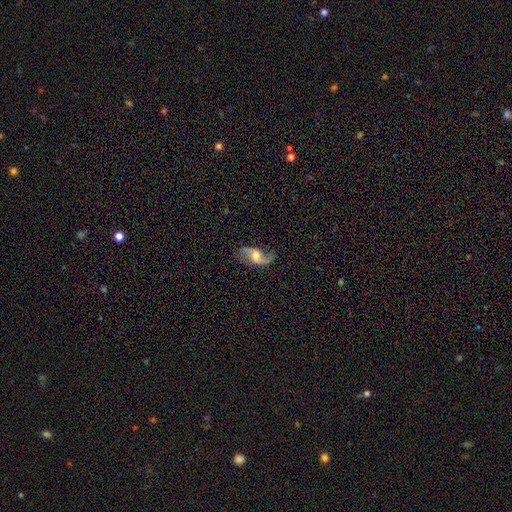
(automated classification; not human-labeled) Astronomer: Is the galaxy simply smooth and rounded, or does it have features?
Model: featured or disk — 84%.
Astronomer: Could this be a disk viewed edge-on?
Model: no — 96%.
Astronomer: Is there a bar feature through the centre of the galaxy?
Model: no — 48% (runner-up: weak, 41%).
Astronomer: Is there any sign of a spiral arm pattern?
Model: yes — 96%.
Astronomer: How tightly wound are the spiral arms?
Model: loose — 68%.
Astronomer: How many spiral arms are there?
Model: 2 — 92%.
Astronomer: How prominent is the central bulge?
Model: moderate — 58%.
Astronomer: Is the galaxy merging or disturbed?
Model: none — 77%.